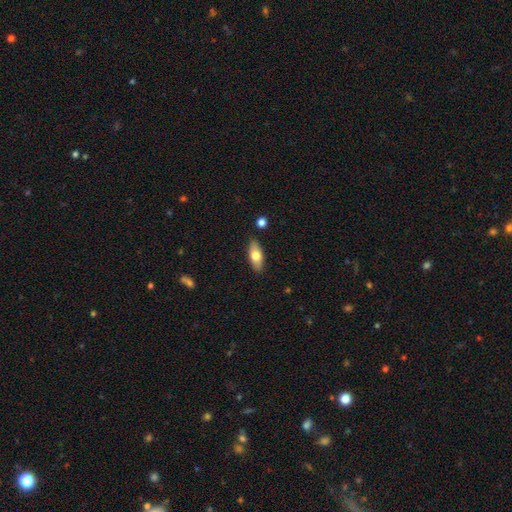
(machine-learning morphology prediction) This appears to be a smooth galaxy with no disk features (69%) that is in between round and cigar-shaped (78%). Merging: none (87%).